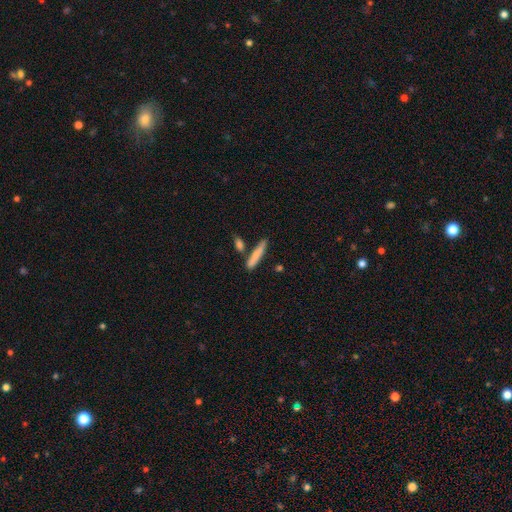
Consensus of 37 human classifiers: Morphology: type=smooth (92%); roundness=cigar-shaped (88%); merging=none (75%).